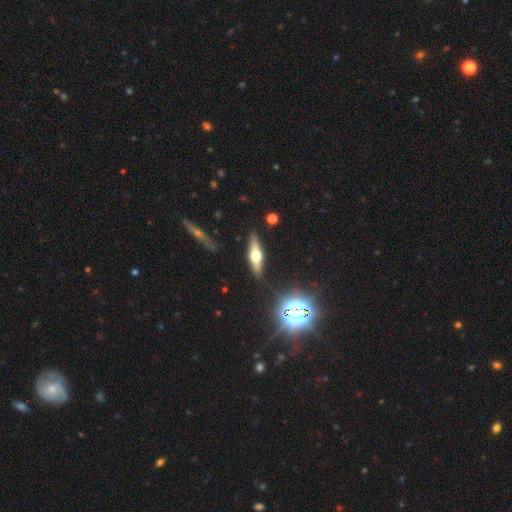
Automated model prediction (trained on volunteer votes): Q: Smooth or featured?
A: featured or disk (56%); runner-up: smooth (35%)
Q: Edge-on disk?
A: yes (91%); runner-up: no (9%)
Q: Edge-on bulge?
A: rounded (93%); runner-up: boxy (5%)
Q: Merging?
A: none (86%); runner-up: minor disturbance (10%)